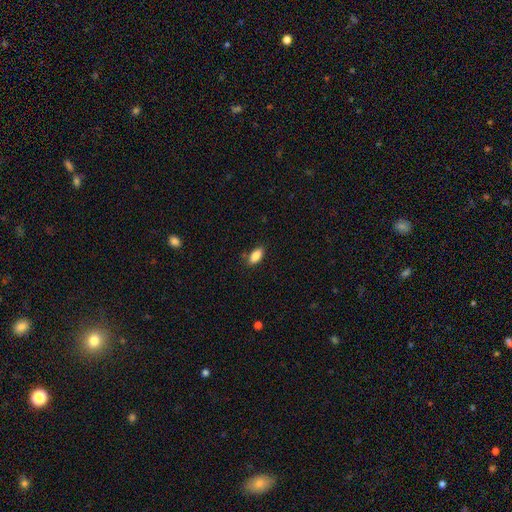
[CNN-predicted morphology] The model was most divided on "merging": none: 82%, minor disturbance: 13%, major disturbance: 3%, merger: 2%. More confident: how rounded — in between (89%); smooth or featured — smooth (87%).